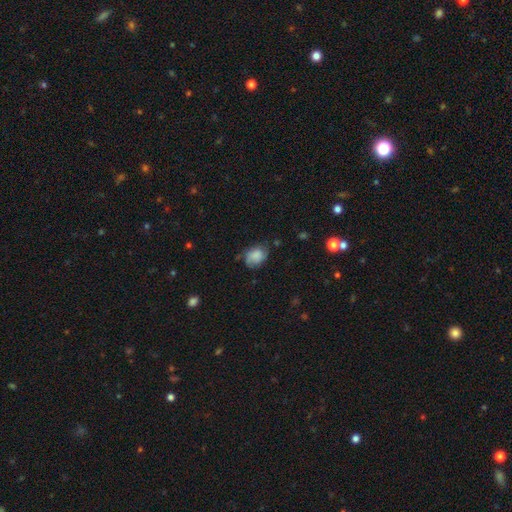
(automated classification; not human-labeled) Smooth or featured? smooth (75%)
How rounded? in between (64%)
Merging? none (55%)